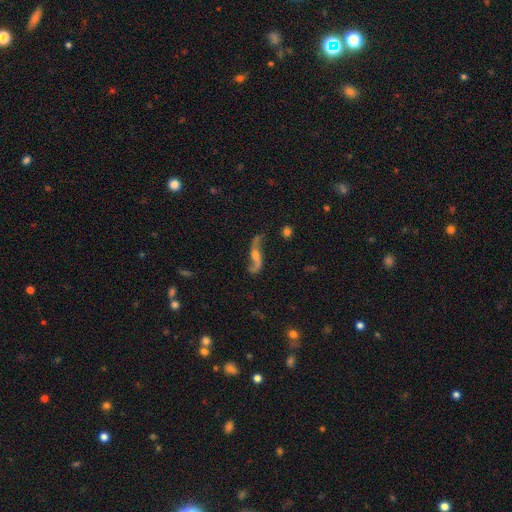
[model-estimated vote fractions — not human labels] The model was most divided on "bulge size": moderate: 46%, small: 41%, none: 7%, large: 5%, dominant: 2%. More confident: spiral arms — yes (95%); spiral arm count — 2 (92%); spiral winding — loose (90%); edge-on disk — no (89%); smooth or featured — featured or disk (86%); merging — none (71%); bar — no (56%).